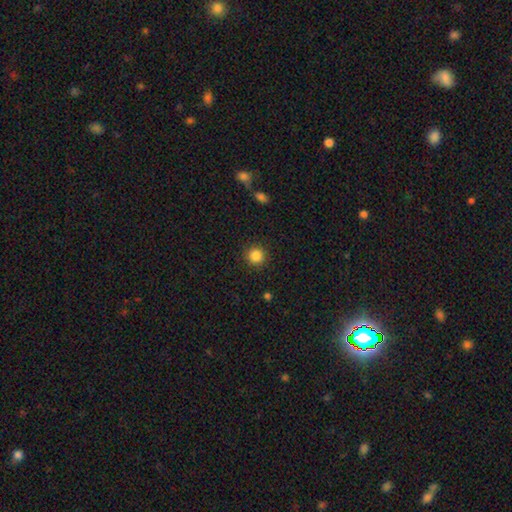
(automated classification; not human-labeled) Smooth or featured? Predicted: smooth (p=0.85). How rounded? Predicted: round (p=0.94). Merging? Predicted: none (p=0.91).